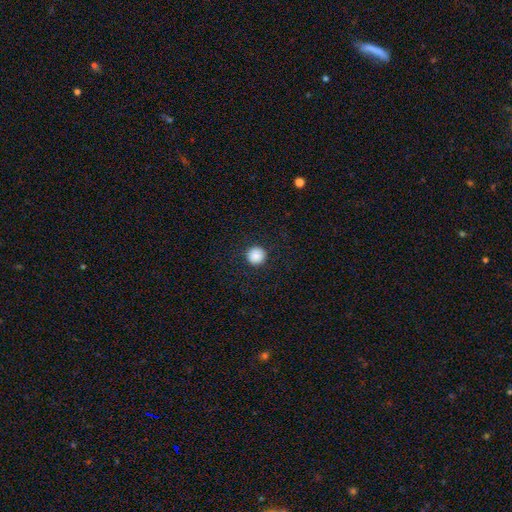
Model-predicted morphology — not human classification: smooth-or-featured: smooth: 88% | star or artifact: 9% | featured or disk: 3%
  how-rounded: round: 96% | in between: 3% | cigar-shaped: 1%
  merging: none: 93% | minor disturbance: 4% | major disturbance: 2% | merger: 1%